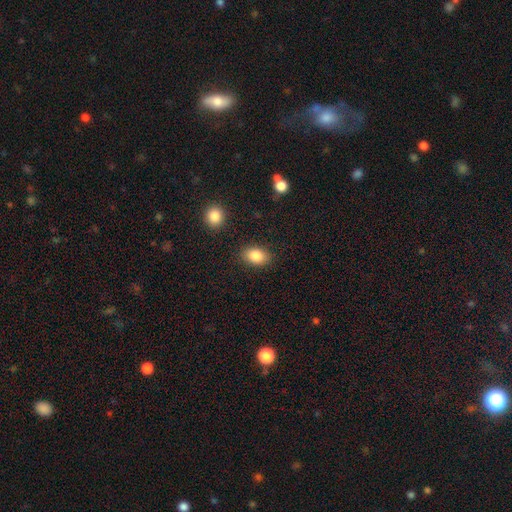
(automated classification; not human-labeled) Morphology: type=smooth (86%); roundness=in between (82%); merging=none (86%).